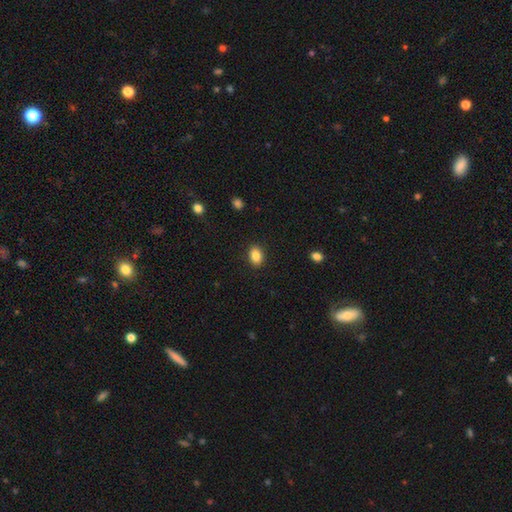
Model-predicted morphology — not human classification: type=smooth (86%); roundness=in between (79%); merging=none (89%).